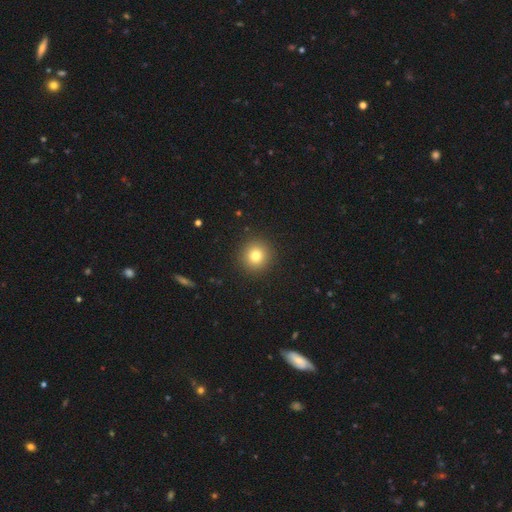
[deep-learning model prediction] Smooth or featured: smooth — 79% (star or artifact — 13%)
How rounded: round — 94% (in between — 5%)
Merging: none — 92% (minor disturbance — 5%)